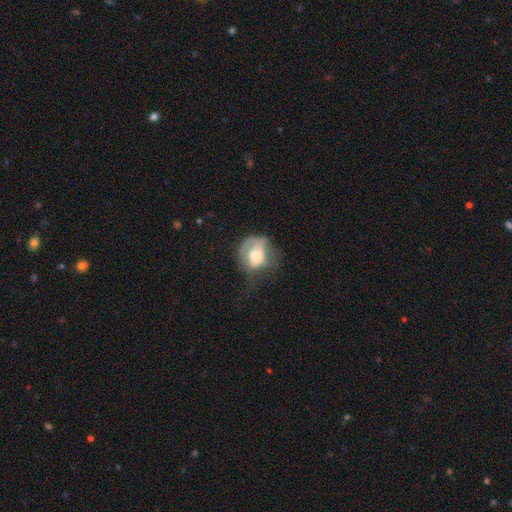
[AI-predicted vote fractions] Smooth or featured? smooth (54%)
How rounded? round (63%)
Merging? major disturbance (40%)